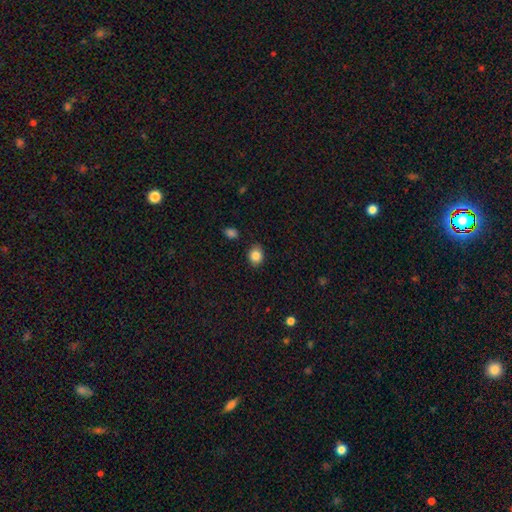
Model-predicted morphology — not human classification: Q: Smooth or featured?
A: smooth (86%); runner-up: star or artifact (9%)
Q: How rounded?
A: round (58%); runner-up: in between (41%)
Q: Merging?
A: none (86%); runner-up: minor disturbance (10%)